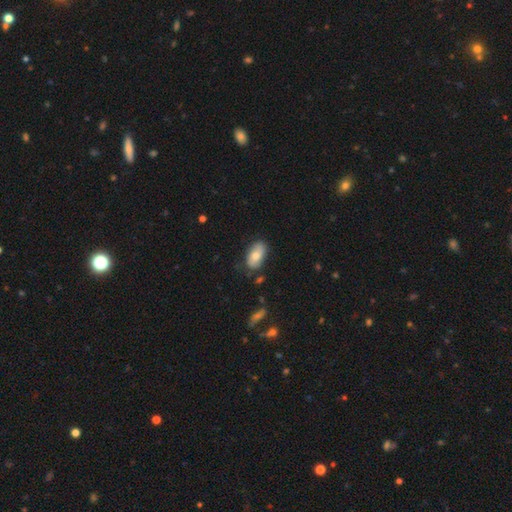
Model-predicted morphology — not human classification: smooth 75%, featured or disk 18%, star or artifact 7%. Down the decision tree: how rounded — in between (93%); merging — none (76%).